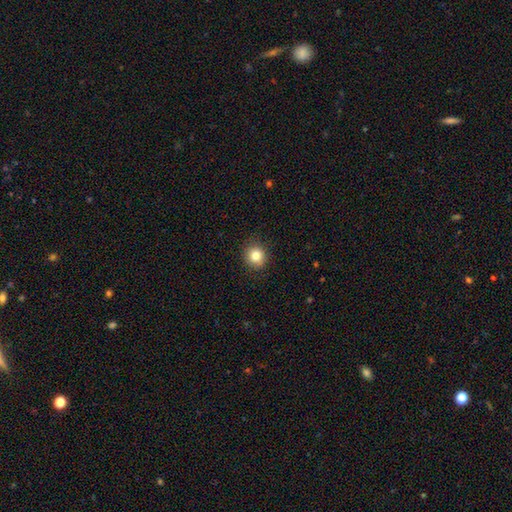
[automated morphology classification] A smooth galaxy with no disk features (82%) that is round (83%).

Vote fractions:
- Smooth or featured? smooth: 82% / star or artifact: 11% / featured or disk: 7%
- How rounded? round: 83% / in between: 16% / cigar-shaped: 1%
- Merging? none: 89% / minor disturbance: 7% / major disturbance: 2% / merger: 1%